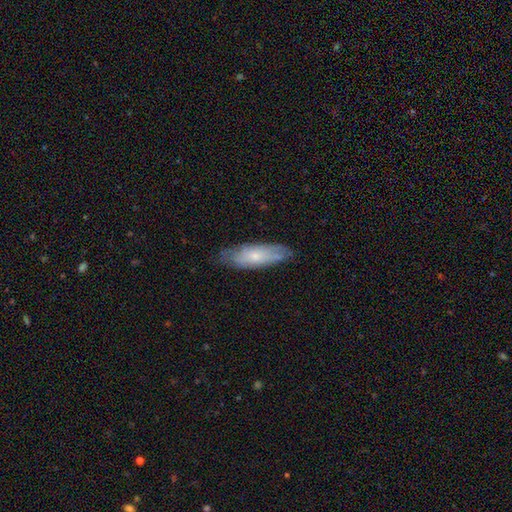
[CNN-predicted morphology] This appears to be a smooth galaxy with no disk features (49%). Merging: none (73%).